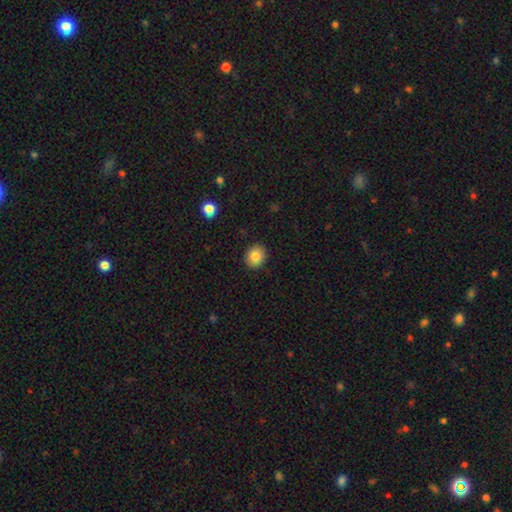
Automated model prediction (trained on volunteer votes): Morphology: type=smooth (84%); roundness=round (73%); merging=none (91%).